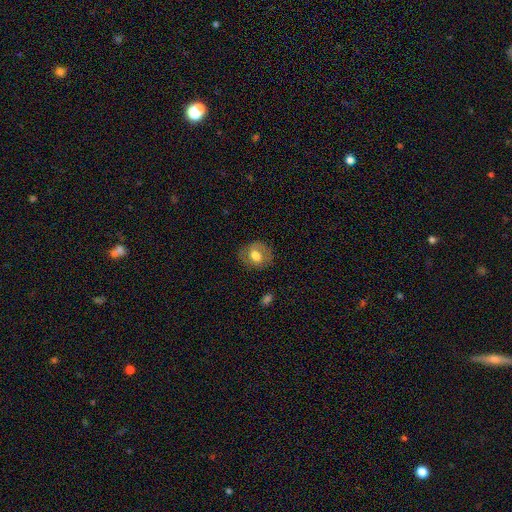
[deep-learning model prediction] smooth_or_featured: smooth (p=0.67) [alt: featured or disk p=0.25]
how_rounded: round (p=0.66) [alt: in between p=0.33]
merging: none (p=0.80) [alt: minor disturbance p=0.14]